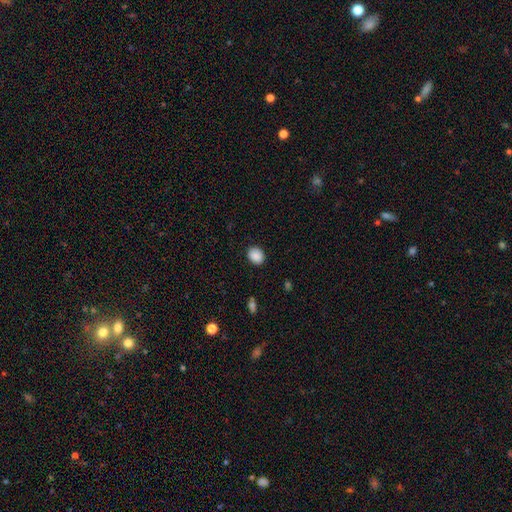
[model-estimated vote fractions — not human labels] Morphology: type=smooth (89%); roundness=round (59%); merging=none (89%).